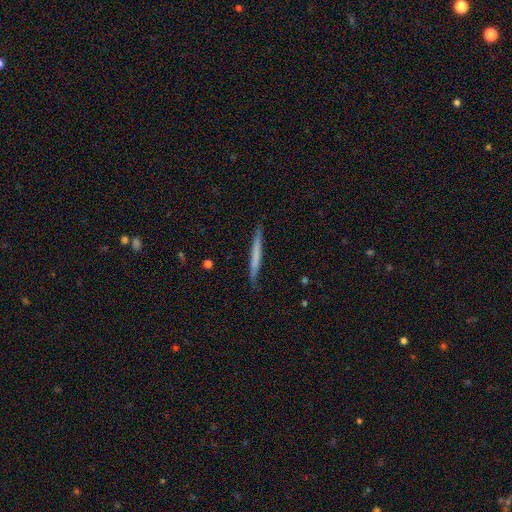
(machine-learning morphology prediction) smooth 58%, featured or disk 36%, star or artifact 5%. Down the decision tree: how rounded — cigar-shaped (97%); merging — none (89%).